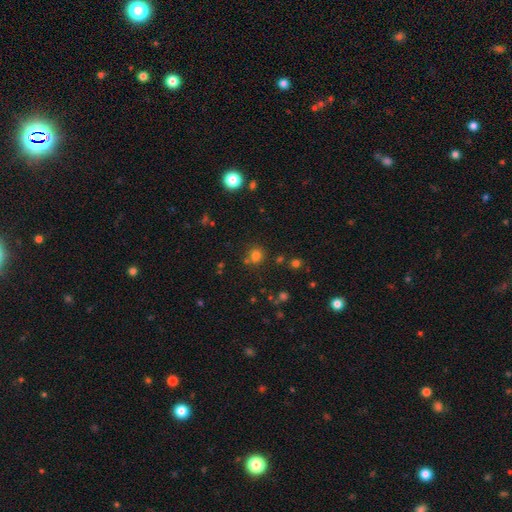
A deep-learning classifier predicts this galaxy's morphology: smooth-or-featured: smooth: 75% | star or artifact: 18% | featured or disk: 6%
  how-rounded: round: 87% | in between: 12% | cigar-shaped: 1%
  merging: none: 76% | merger: 11% | minor disturbance: 10% | major disturbance: 4%